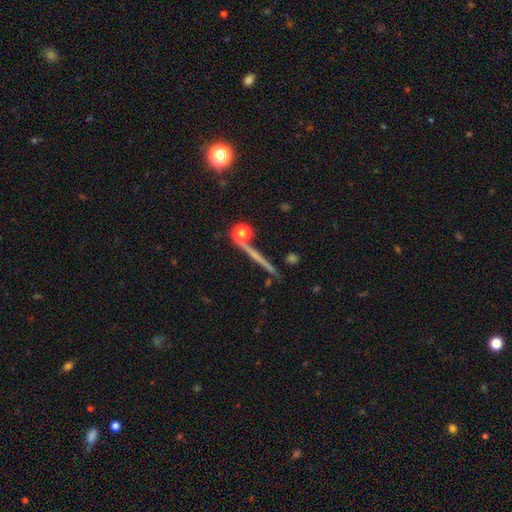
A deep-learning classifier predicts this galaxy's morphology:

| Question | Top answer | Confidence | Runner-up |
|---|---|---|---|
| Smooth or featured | featured or disk | 51% | smooth (35%) |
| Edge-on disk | yes | 94% | no (6%) |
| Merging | none | 79% | minor disturbance (9%) |